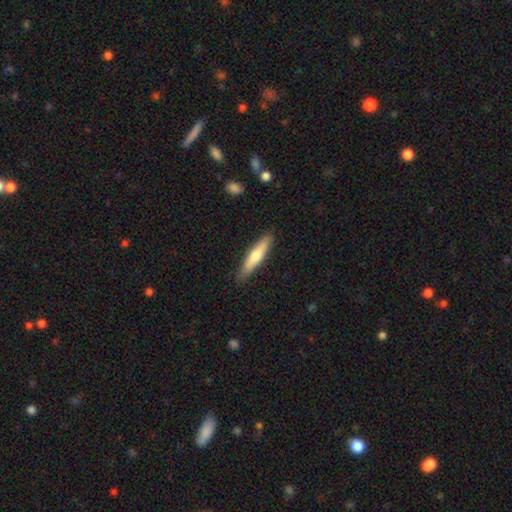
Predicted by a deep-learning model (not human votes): Overall: smooth (61%; featured or disk 34%). How rounded: cigar-shaped (86%). Merging: none (86%).